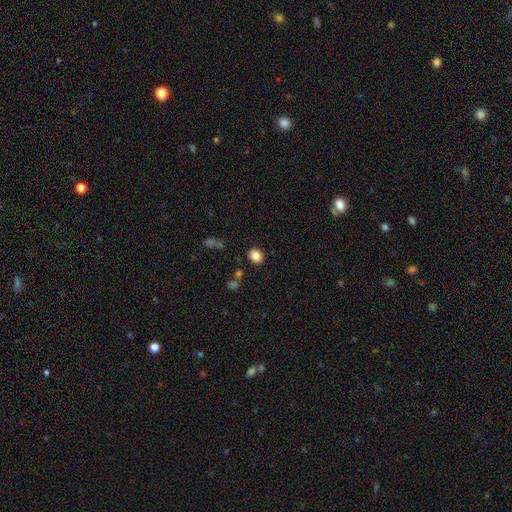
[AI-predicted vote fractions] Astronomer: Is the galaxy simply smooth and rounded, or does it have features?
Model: smooth — 85%.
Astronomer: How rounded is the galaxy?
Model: round — 70%.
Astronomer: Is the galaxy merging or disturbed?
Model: none — 88%.